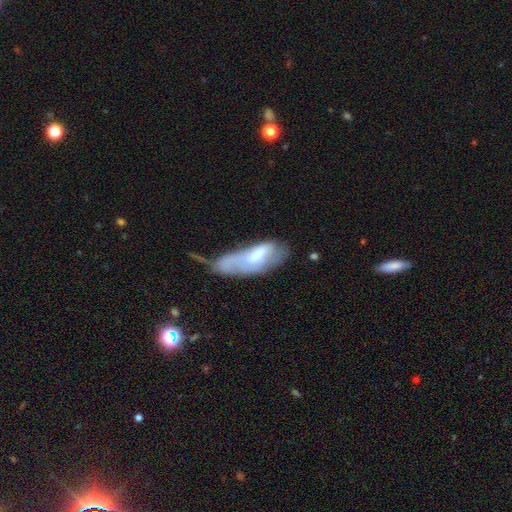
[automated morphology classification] smooth_or_featured: smooth (p=0.50) [alt: featured or disk p=0.42]
how_rounded: in between (p=0.61) [alt: cigar-shaped p=0.37]
merging: major disturbance (p=0.35) [alt: minor disturbance p=0.32]